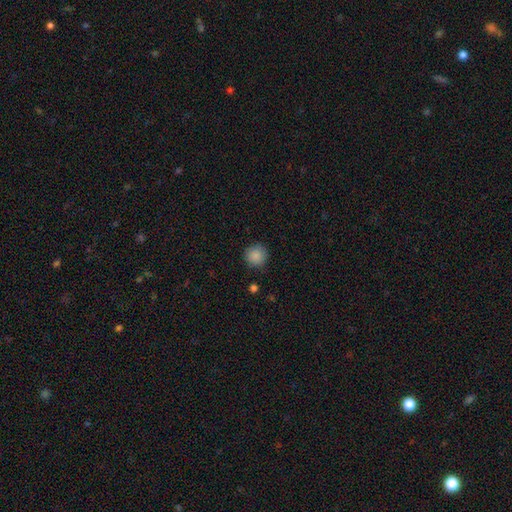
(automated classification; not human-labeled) smooth 88%, star or artifact 9%, featured or disk 3%. Down the decision tree: how rounded — round (94%); merging — none (89%).